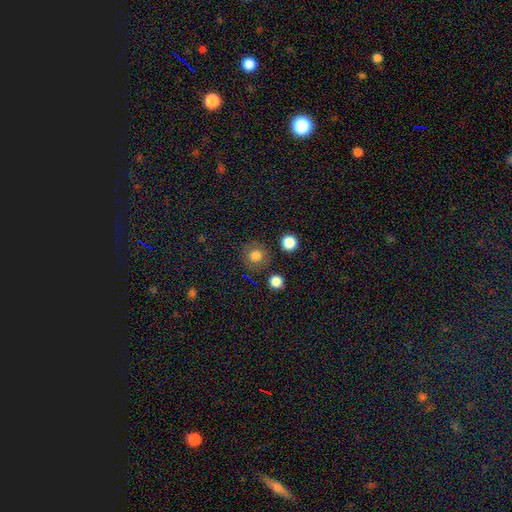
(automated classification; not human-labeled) smooth_or_featured: smooth (p=0.79) [alt: star or artifact p=0.14]
how_rounded: round (p=0.92) [alt: in between p=0.07]
merging: none (p=0.83) [alt: minor disturbance p=0.09]